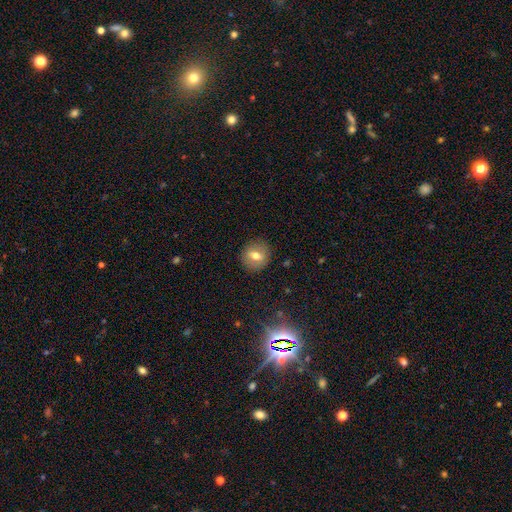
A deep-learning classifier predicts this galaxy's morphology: smooth_or_featured: smooth (p=0.63) [alt: featured or disk p=0.26]
how_rounded: round (p=0.83) [alt: in between p=0.15]
merging: none (p=0.88) [alt: minor disturbance p=0.08]